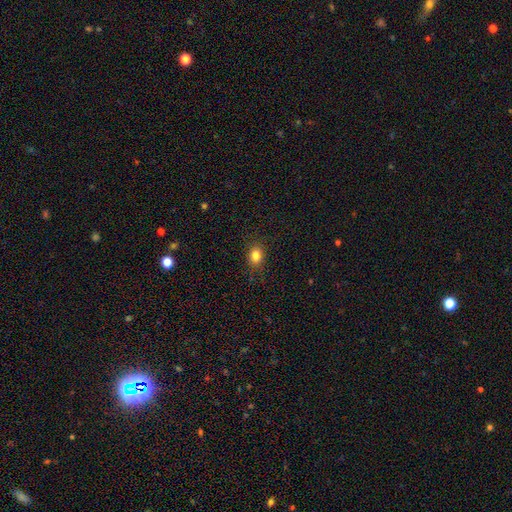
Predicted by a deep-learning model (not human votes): smooth_or_featured: smooth (p=0.83) [alt: star or artifact p=0.11]
how_rounded: in between (p=0.58) [alt: round p=0.40]
merging: none (p=0.86) [alt: minor disturbance p=0.10]